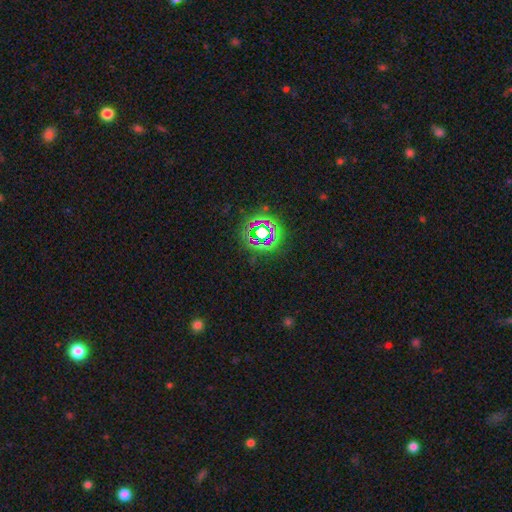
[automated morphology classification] A star or artifact, not a galaxy (74%).